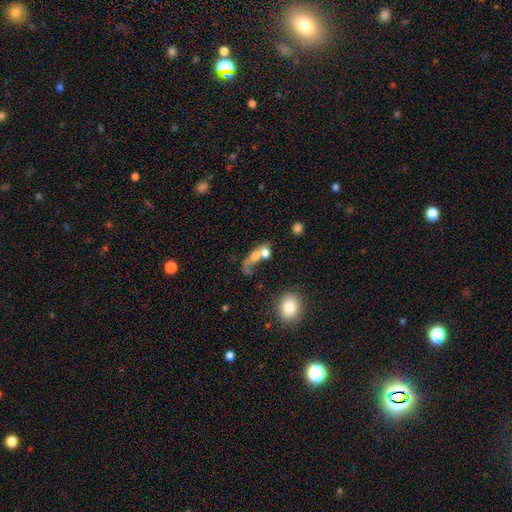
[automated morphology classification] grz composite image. It shows a smooth galaxy with no disk features (56%) that is in between round and cigar-shaped (51%). Merging: merger (55%).